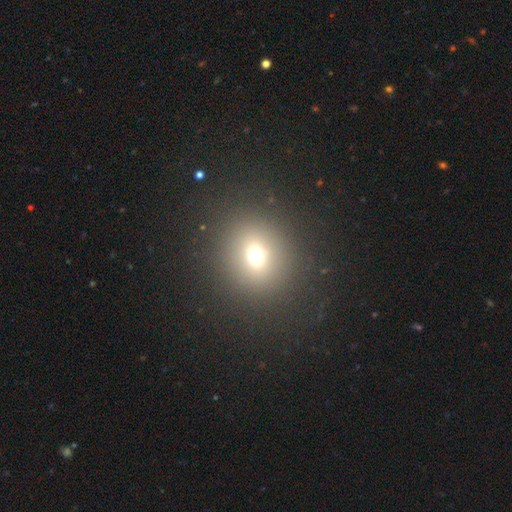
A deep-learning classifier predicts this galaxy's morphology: This is likely a smooth galaxy (68%). How rounded: clearly round (84%). Merging: clearly none (87%).